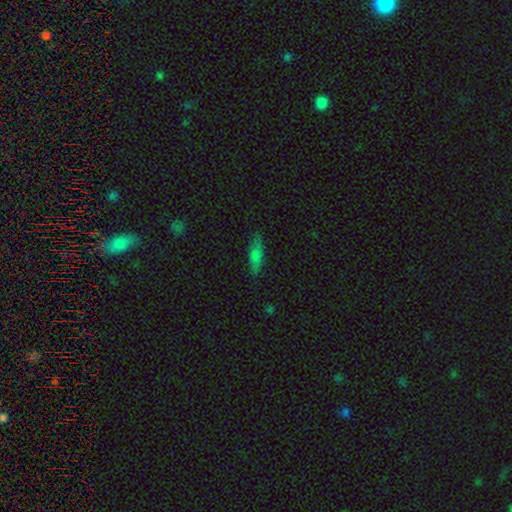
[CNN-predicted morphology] smooth 69%, featured or disk 20%, star or artifact 11%. Down the decision tree: how rounded — cigar-shaped (54%); merging — none (82%).